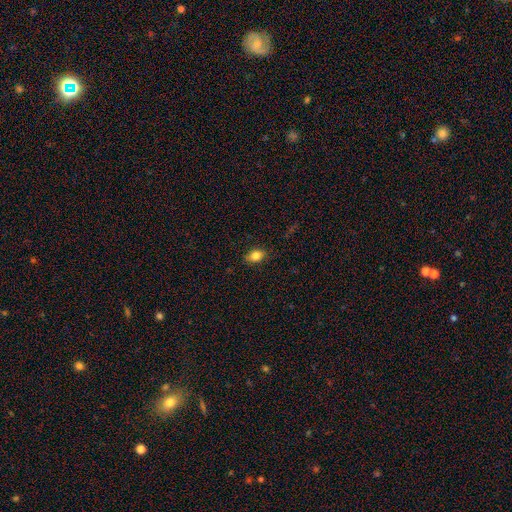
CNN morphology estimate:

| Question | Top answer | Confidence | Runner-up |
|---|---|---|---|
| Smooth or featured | smooth | 83% | star or artifact (9%) |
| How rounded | in between | 78% | round (20%) |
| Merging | none | 86% | minor disturbance (11%) |